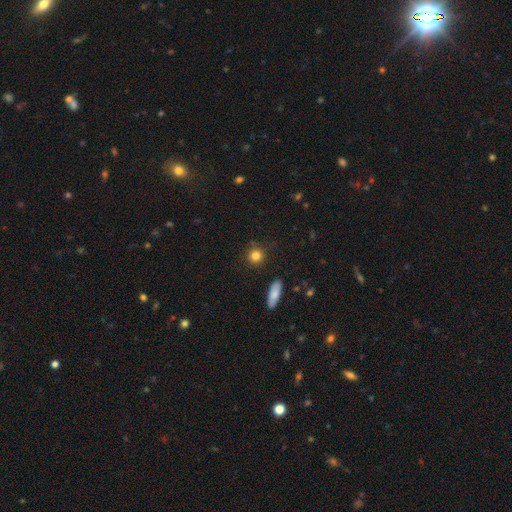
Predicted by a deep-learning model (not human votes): Smooth or featured?
  - smooth: 83% *
  - star or artifact: 11%
  - featured or disk: 6%
How rounded?
  - round: 88% *
  - in between: 10%
  - cigar-shaped: 2%
Merging?
  - none: 86% *
  - minor disturbance: 9%
  - major disturbance: 2%
  - merger: 2%